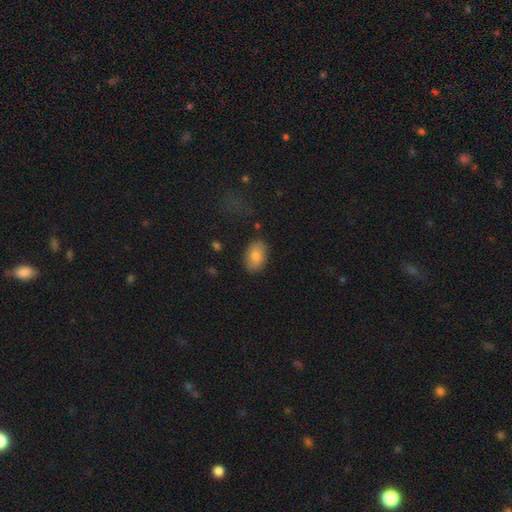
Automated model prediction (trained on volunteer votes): A smooth galaxy with no disk features (82%) that is in between round and cigar-shaped (88%).

Vote fractions:
- Smooth or featured? smooth: 82% / featured or disk: 10% / star or artifact: 7%
- How rounded? in between: 88% / round: 11% / cigar-shaped: 1%
- Merging? none: 85% / minor disturbance: 11% / major disturbance: 3% / merger: 2%